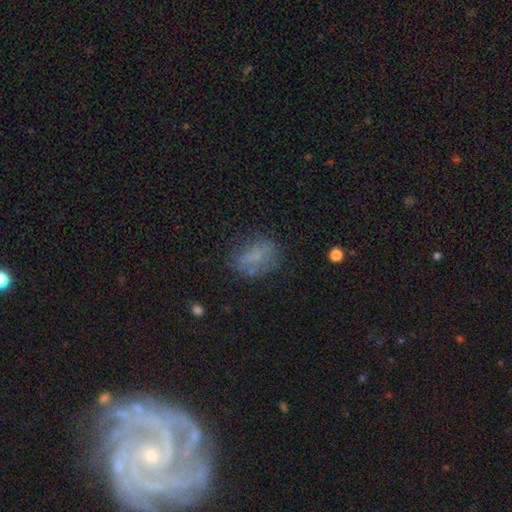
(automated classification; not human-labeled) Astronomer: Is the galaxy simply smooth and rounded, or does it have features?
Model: smooth — 68%.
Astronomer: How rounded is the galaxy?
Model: in between — 76%.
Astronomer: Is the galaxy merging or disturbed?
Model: none — 62%.